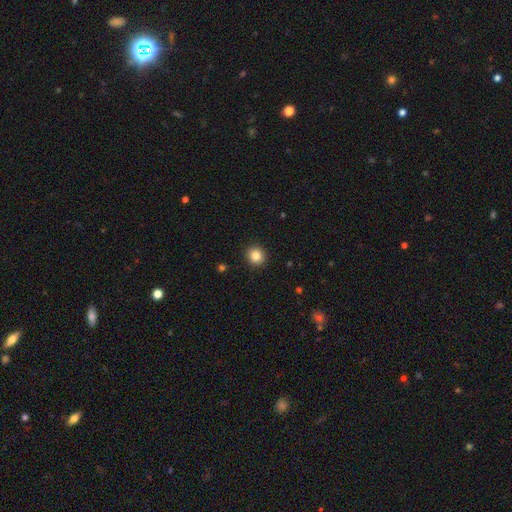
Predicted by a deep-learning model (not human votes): Smooth or featured? Predicted: smooth (p=0.84). How rounded? Predicted: round (p=0.91). Merging? Predicted: none (p=0.93).